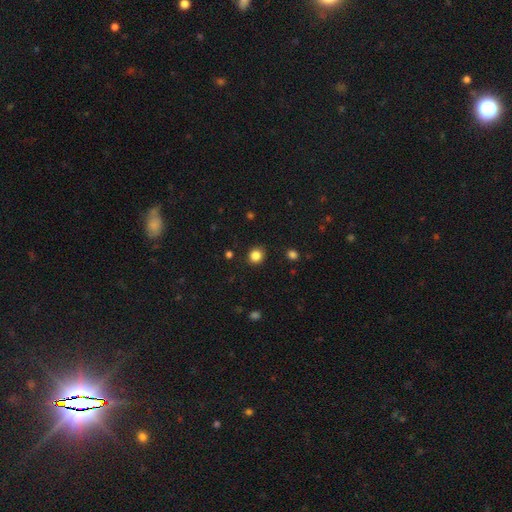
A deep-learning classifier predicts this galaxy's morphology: smooth_or_featured: smooth (p=0.84) [alt: star or artifact p=0.12]
how_rounded: round (p=0.85) [alt: in between p=0.14]
merging: none (p=0.90) [alt: minor disturbance p=0.07]